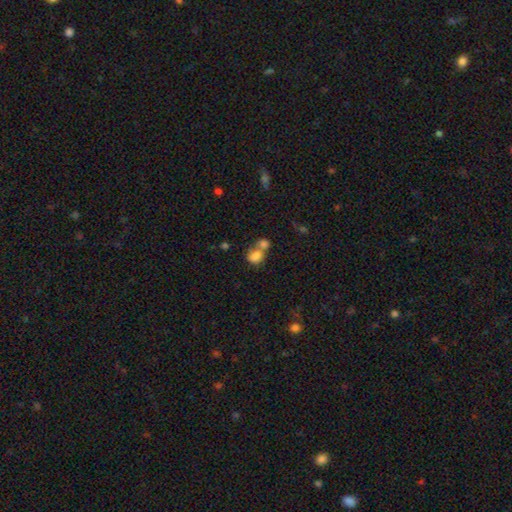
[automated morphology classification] type=smooth (79%); roundness=in between (64%); merging=merger (60%).